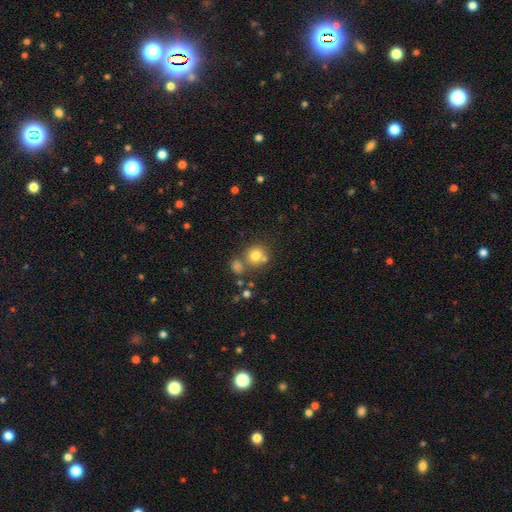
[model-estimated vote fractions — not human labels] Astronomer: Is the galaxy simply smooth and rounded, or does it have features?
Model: smooth — 77%.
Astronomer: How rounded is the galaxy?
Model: round — 86%.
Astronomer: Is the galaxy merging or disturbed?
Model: none — 60%.